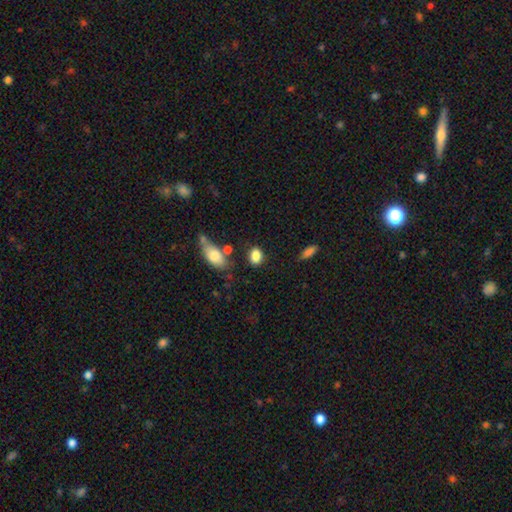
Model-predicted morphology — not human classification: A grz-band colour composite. It shows a smooth galaxy with no disk features (85%) that is in between round and cigar-shaped (61%). Merging: none (75%).